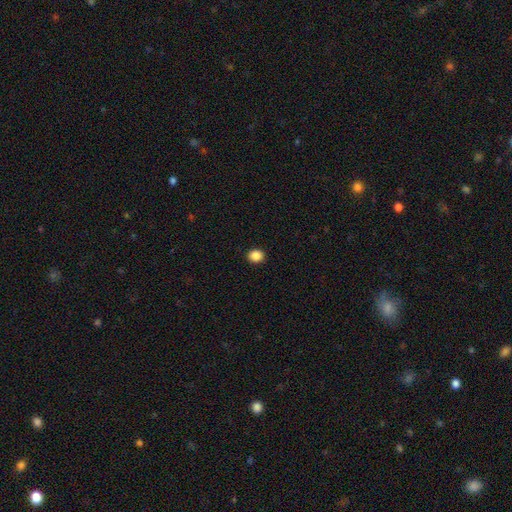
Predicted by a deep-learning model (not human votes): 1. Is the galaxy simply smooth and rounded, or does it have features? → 87% smooth, 10% star or artifact, 3% featured or disk.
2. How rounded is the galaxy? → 69% round, 30% in between, 1% cigar-shaped.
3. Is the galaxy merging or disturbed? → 92% none, 5% minor disturbance, 2% major disturbance, 1% merger.